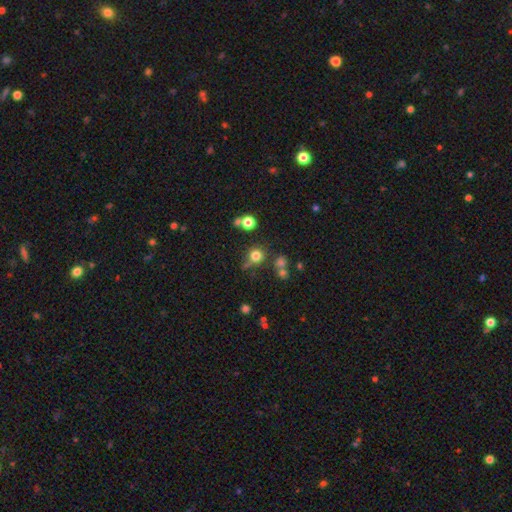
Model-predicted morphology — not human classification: The model was most divided on "merging": none: 67%, minor disturbance: 14%, merger: 13%, major disturbance: 7%. More confident: how rounded — round (90%); smooth or featured — smooth (75%).